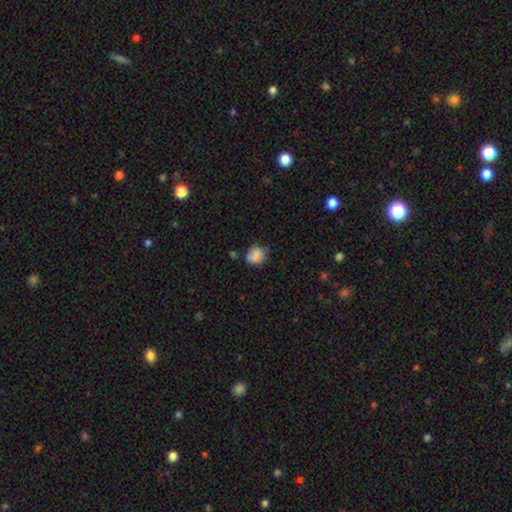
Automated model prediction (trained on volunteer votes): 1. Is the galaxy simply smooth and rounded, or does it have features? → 76% smooth, 13% featured or disk, 10% star or artifact.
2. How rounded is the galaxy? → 61% round, 38% in between, 1% cigar-shaped.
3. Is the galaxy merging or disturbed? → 52% none, 31% minor disturbance, 10% major disturbance, 7% merger.